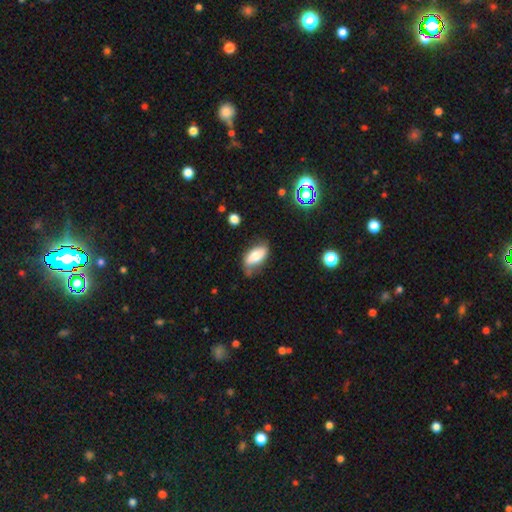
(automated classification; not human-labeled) smooth-or-featured: smooth: 66% | featured or disk: 26% | star or artifact: 8%
  how-rounded: in between: 91% | cigar-shaped: 5% | round: 4%
  merging: none: 58% | minor disturbance: 30% | major disturbance: 9% | merger: 4%